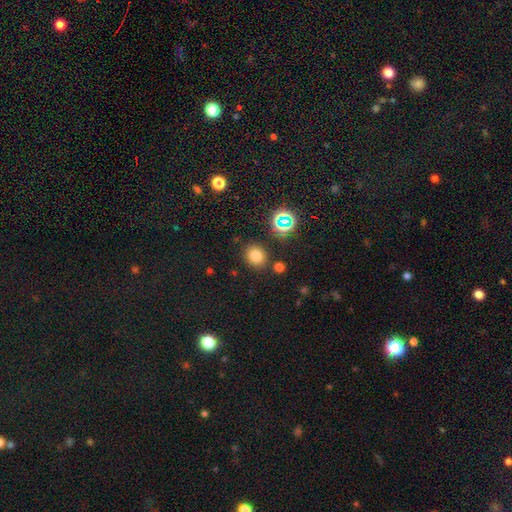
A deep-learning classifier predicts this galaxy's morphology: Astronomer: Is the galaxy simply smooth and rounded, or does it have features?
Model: smooth — 74%.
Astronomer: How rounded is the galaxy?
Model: round — 71%.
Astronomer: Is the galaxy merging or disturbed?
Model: none — 84%.